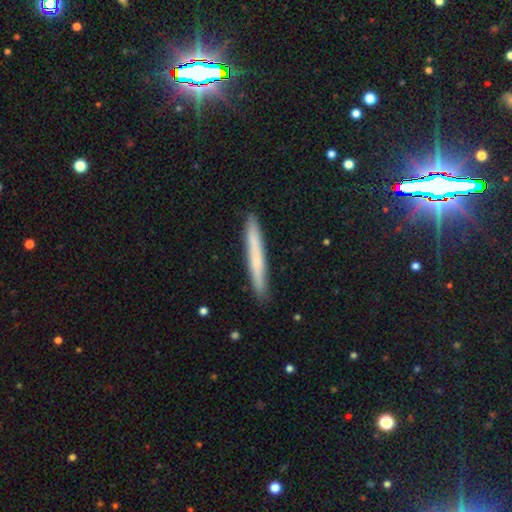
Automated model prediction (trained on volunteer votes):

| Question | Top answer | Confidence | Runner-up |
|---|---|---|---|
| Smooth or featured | smooth | 56% | featured or disk (34%) |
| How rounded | cigar-shaped | 96% | in between (2%) |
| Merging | none | 90% | minor disturbance (7%) |